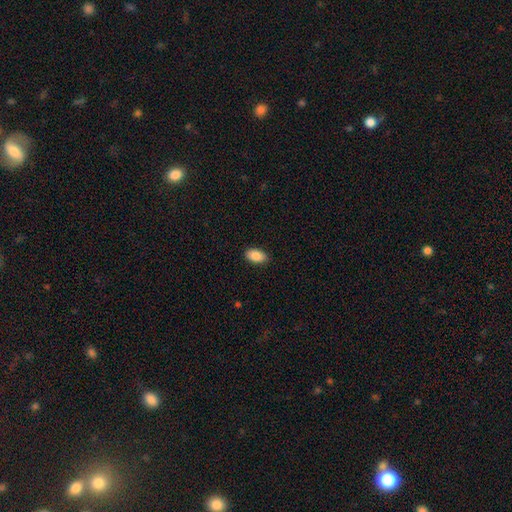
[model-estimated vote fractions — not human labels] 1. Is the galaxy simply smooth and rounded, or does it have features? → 89% smooth, 7% star or artifact, 4% featured or disk.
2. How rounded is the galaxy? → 93% in between, 5% round, 2% cigar-shaped.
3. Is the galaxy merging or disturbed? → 89% none, 8% minor disturbance, 2% major disturbance, 1% merger.